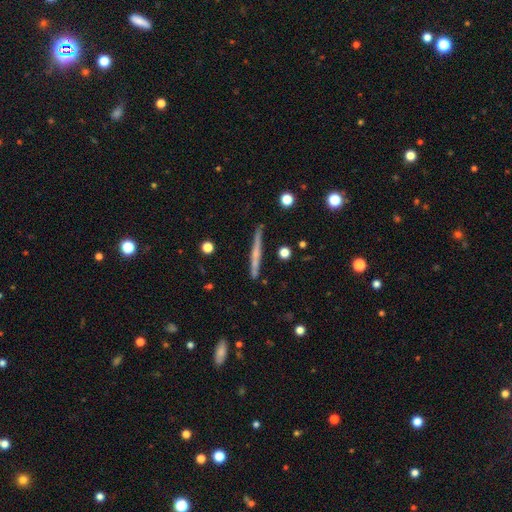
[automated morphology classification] The model was most divided on "smooth or featured": featured or disk: 53%, smooth: 40%, star or artifact: 7%. More confident: edge-on disk — yes (97%); merging — none (86%); edge-on bulge — none (61%).